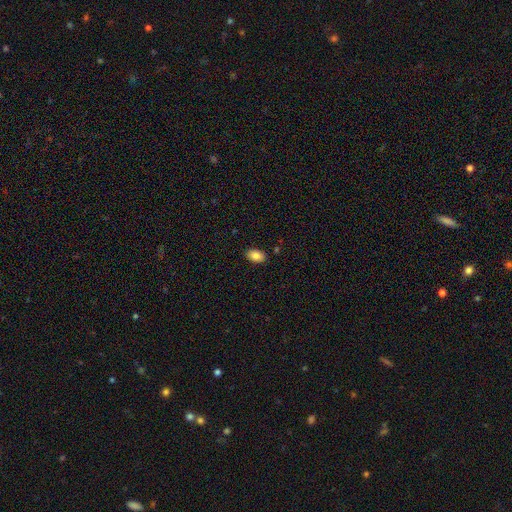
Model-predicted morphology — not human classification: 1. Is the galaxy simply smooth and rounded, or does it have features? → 86% smooth, 8% star or artifact, 7% featured or disk.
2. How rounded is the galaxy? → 89% in between, 10% round, 1% cigar-shaped.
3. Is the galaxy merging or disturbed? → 87% none, 9% minor disturbance, 2% major disturbance, 1% merger.